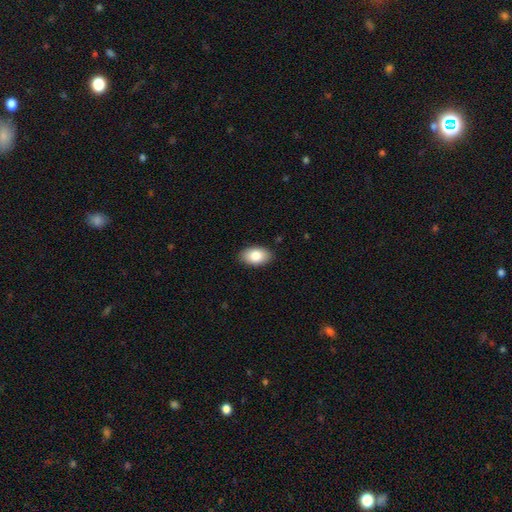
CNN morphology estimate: The model was most divided on "smooth or featured": smooth: 85%, featured or disk: 8%, star or artifact: 7%. More confident: how rounded — in between (92%); merging — none (88%).